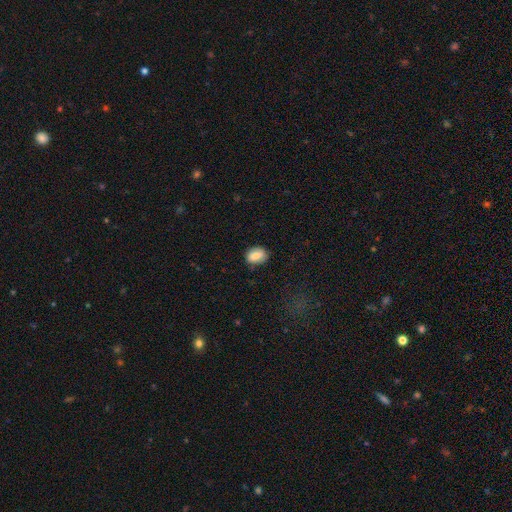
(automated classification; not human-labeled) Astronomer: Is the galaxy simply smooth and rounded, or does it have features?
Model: smooth — 81%.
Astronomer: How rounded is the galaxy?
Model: in between — 71%.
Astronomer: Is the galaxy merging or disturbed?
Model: none — 79%.